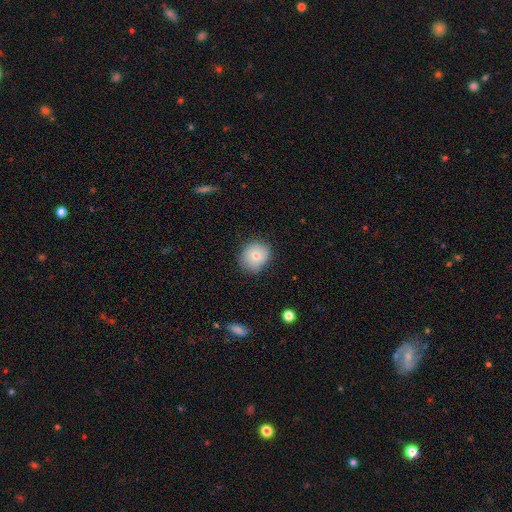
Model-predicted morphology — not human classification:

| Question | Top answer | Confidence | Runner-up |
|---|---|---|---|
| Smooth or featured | smooth | 77% | featured or disk (14%) |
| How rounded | round | 74% | in between (25%) |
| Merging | none | 77% | minor disturbance (17%) |